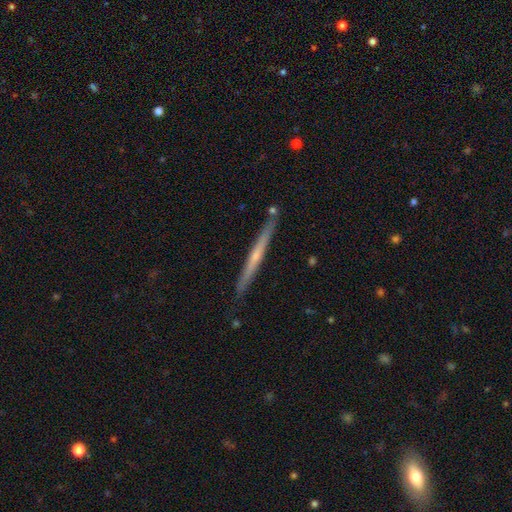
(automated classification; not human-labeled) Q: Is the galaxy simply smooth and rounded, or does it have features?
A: featured or disk — 65%.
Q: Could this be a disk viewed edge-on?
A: yes — 98%.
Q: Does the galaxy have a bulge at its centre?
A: none — 58%.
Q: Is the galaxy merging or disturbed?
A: none — 88%.